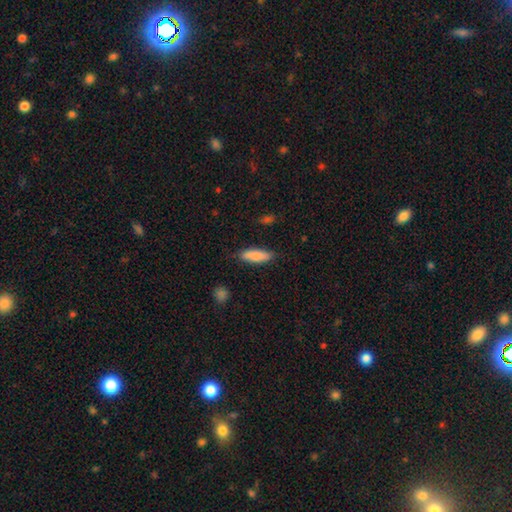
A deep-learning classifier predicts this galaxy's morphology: The model was most divided on "how rounded": in between: 51%, cigar-shaped: 47%, round: 2%. More confident: smooth or featured — smooth (84%); merging — none (82%).